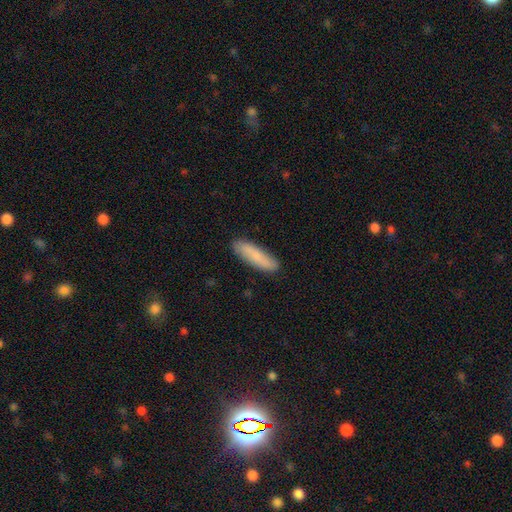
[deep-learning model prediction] Smooth or featured?
  - smooth: 79% *
  - featured or disk: 15%
  - star or artifact: 6%
How rounded?
  - cigar-shaped: 71% *
  - in between: 28%
  - round: 2%
Merging?
  - none: 87% *
  - minor disturbance: 10%
  - major disturbance: 2%
  - merger: 1%